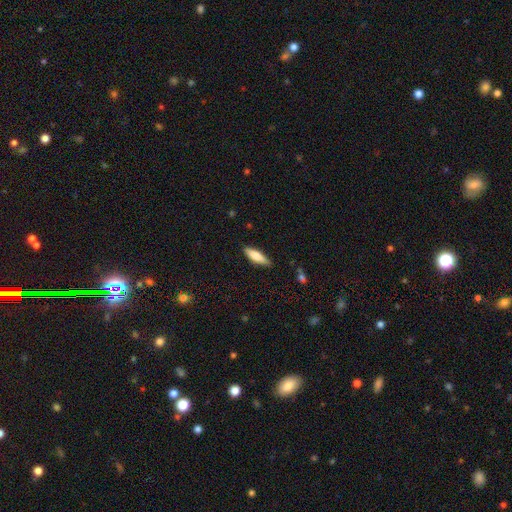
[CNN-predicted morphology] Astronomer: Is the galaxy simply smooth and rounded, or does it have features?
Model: smooth — 69%.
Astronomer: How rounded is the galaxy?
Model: cigar-shaped — 54% (runner-up: in between, 44%).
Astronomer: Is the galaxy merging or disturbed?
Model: none — 83%.